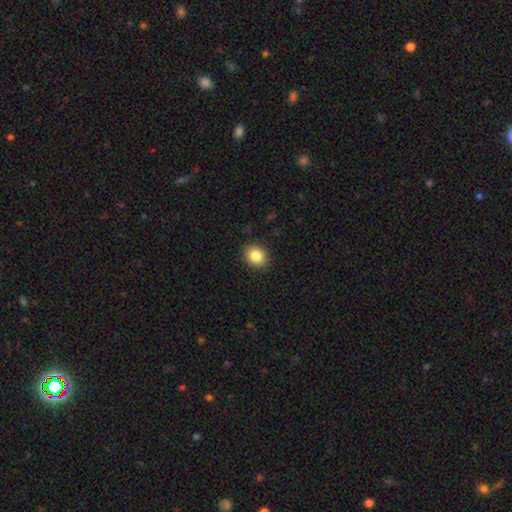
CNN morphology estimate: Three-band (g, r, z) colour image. It shows a smooth galaxy with no disk features (85%) that is round (54%). Merging: none (89%).